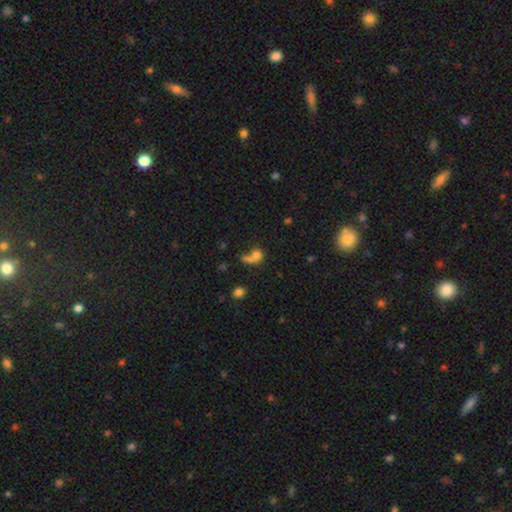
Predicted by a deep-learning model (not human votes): The model was most divided on "merging": merger: 46%, none: 30%, major disturbance: 14%, minor disturbance: 10%. More confident: smooth or featured — smooth (70%); how rounded — round (61%).